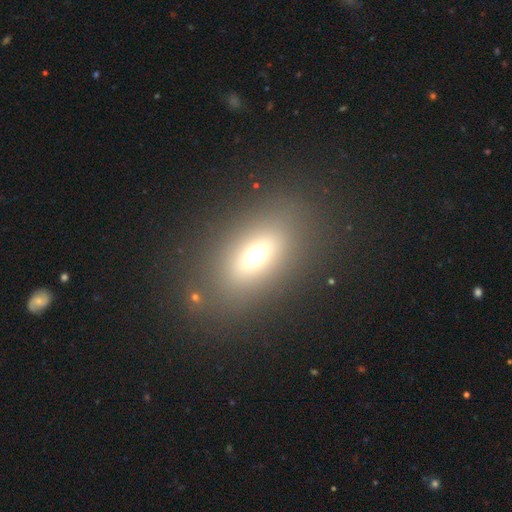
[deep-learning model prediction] Smooth or featured: smooth — 63% (featured or disk — 22%)
How rounded: in between — 78% (round — 14%)
Merging: none — 83% (minor disturbance — 9%)